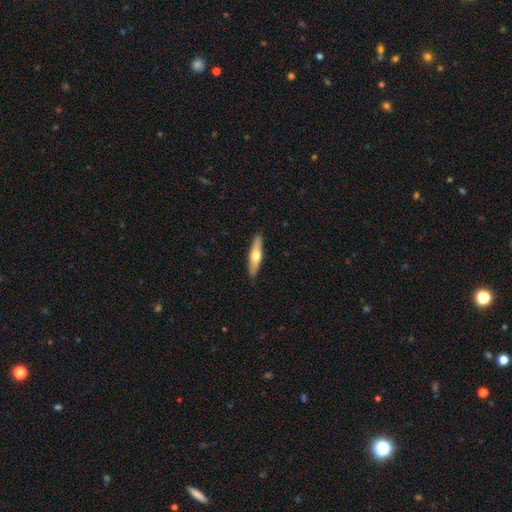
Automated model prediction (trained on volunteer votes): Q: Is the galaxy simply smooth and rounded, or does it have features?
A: smooth — 50%.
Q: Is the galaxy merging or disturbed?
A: none — 90%.